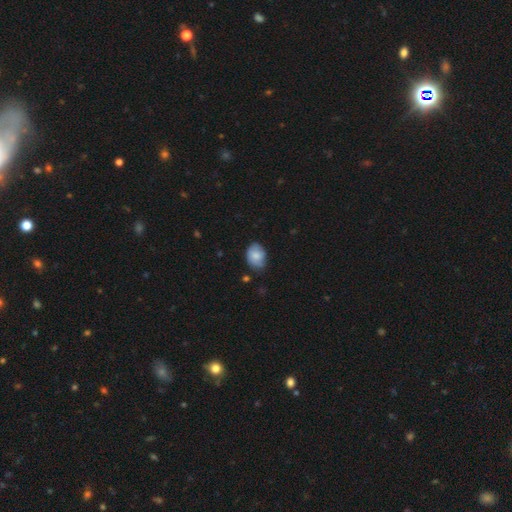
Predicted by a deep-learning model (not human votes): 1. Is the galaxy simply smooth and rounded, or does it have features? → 76% smooth, 16% featured or disk, 7% star or artifact.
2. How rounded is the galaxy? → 67% in between, 32% round, 1% cigar-shaped.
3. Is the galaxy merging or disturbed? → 60% none, 31% minor disturbance, 6% major disturbance, 2% merger.